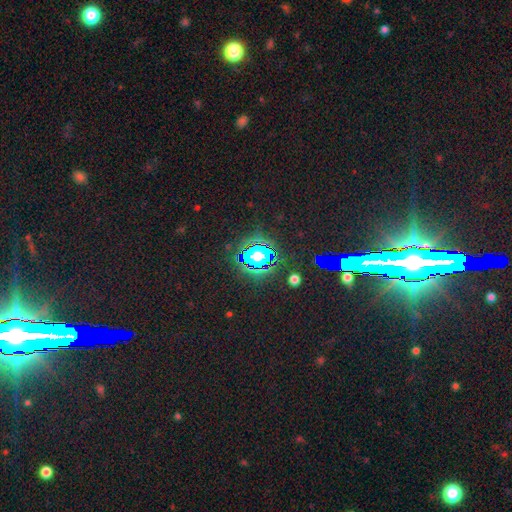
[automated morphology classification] smooth-or-featured: star or artifact: 65% | smooth: 24% | featured or disk: 11%